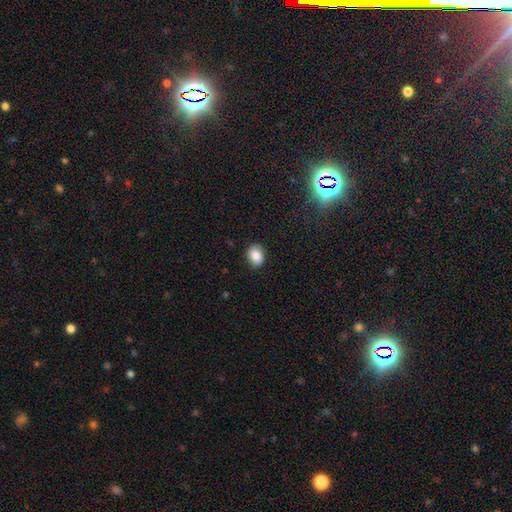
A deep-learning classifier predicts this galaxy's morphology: This is clearly a smooth galaxy (82%). How rounded: possibly in between (59%). Merging: clearly none (82%).